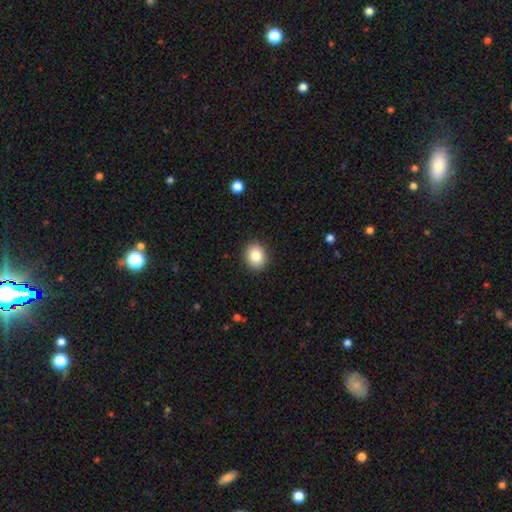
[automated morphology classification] Smooth or featured: smooth — 85% (star or artifact — 9%)
How rounded: round — 60% (in between — 39%)
Merging: none — 90% (minor disturbance — 7%)